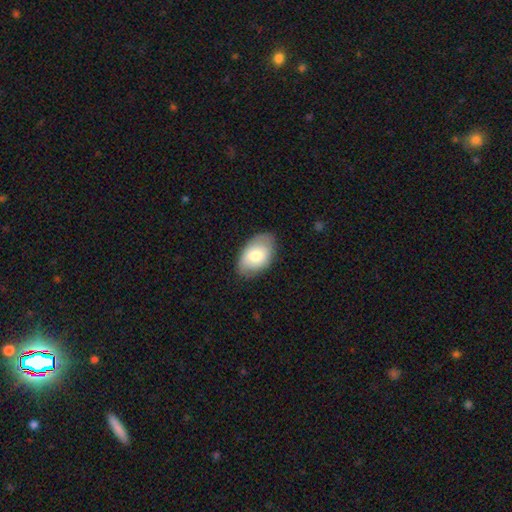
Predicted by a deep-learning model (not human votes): smooth-or-featured: smooth: 70% | featured or disk: 24% | star or artifact: 6%
  how-rounded: in between: 92% | round: 7% | cigar-shaped: 1%
  merging: none: 78% | minor disturbance: 18% | major disturbance: 3% | merger: 1%